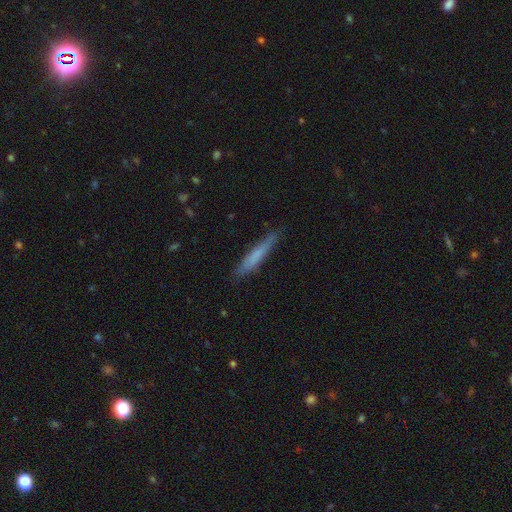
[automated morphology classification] This is likely a smooth galaxy (69%). How rounded: clearly cigar-shaped (95%). Merging: clearly none (86%).